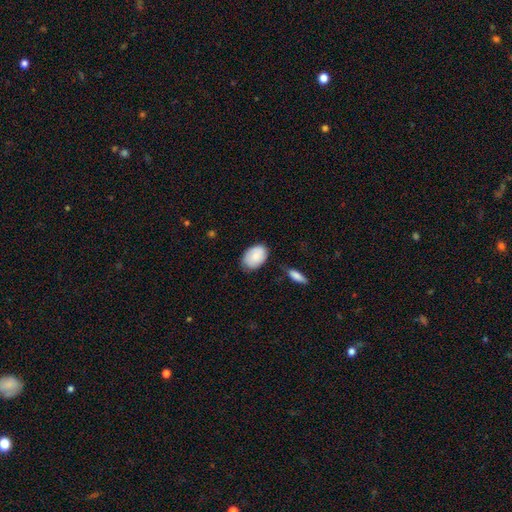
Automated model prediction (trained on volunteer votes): The model was most divided on "merging": none: 70%, minor disturbance: 23%, major disturbance: 4%, merger: 3%. More confident: how rounded — in between (85%); smooth or featured — smooth (79%).